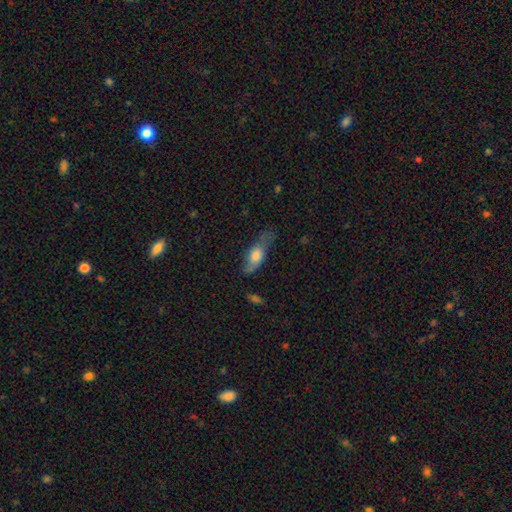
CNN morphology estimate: Smooth or featured: smooth — 61% (featured or disk — 32%)
How rounded: in between — 64% (cigar-shaped — 31%)
Merging: none — 54% (minor disturbance — 30%)